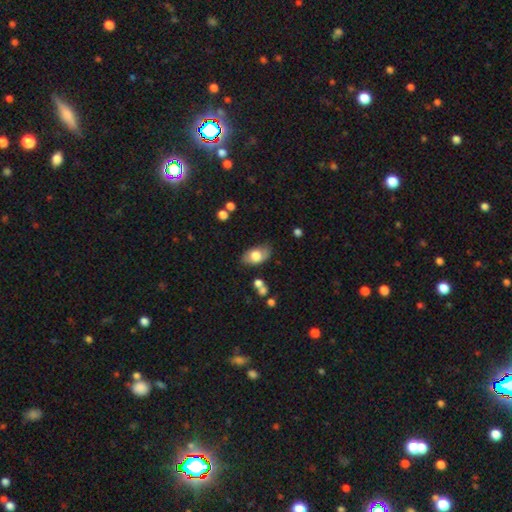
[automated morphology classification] smooth_or_featured: smooth (p=0.70) [alt: featured or disk p=0.24]
how_rounded: in between (p=0.91) [alt: round p=0.07]
merging: none (p=0.74) [alt: minor disturbance p=0.18]